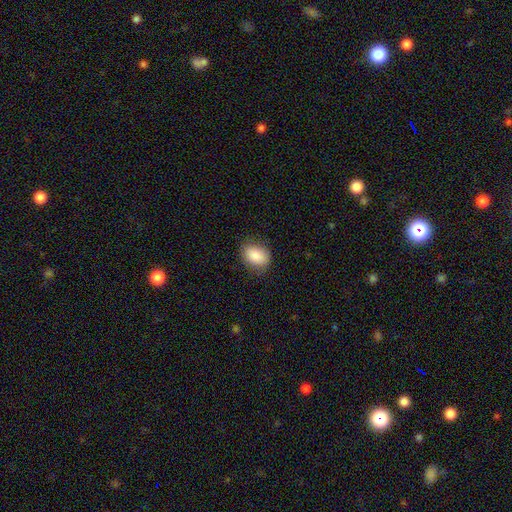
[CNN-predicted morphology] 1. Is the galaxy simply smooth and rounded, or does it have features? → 87% smooth, 7% star or artifact, 6% featured or disk.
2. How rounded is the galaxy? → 72% in between, 27% round, 1% cigar-shaped.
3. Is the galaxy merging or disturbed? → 81% none, 14% minor disturbance, 3% major disturbance, 1% merger.